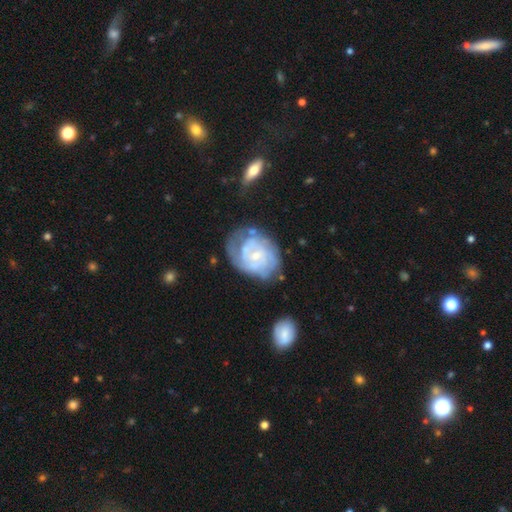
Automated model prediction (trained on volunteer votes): Smooth or featured: featured or disk — 79% (smooth — 15%)
Edge-on disk: no — 98% (yes — 2%)
Bar: no — 64% (weak — 30%)
Spiral arms: yes — 86% (no — 14%)
Spiral winding: tight — 66% (medium — 26%)
Spiral arm count: can't tell — 47% (2 — 21%)
Bulge size: small — 71% (moderate — 24%)
Merging: none — 53% (minor disturbance — 26%)